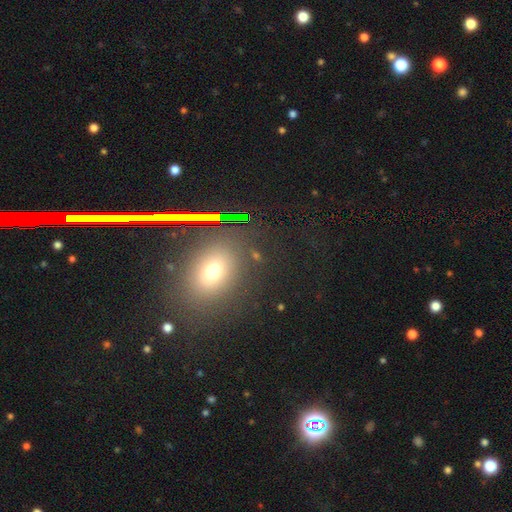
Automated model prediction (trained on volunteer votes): Smooth or featured: smooth — 55% (star or artifact — 33%)
How rounded: in between — 52% (round — 44%)
Merging: none — 81% (minor disturbance — 10%)